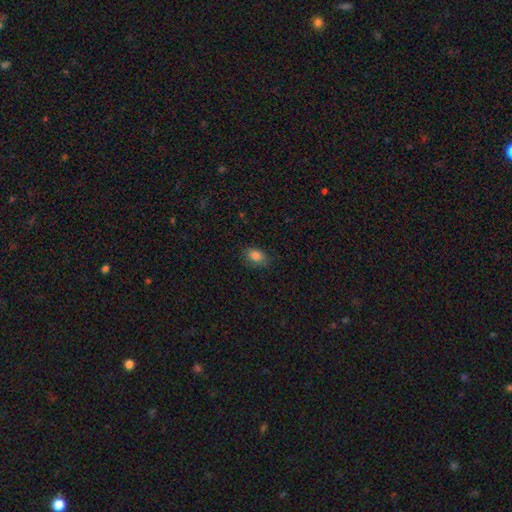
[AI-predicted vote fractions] Smooth or featured?
  - smooth: 84% *
  - star or artifact: 10%
  - featured or disk: 6%
How rounded?
  - in between: 79% *
  - round: 20%
  - cigar-shaped: 1%
Merging?
  - none: 78% *
  - minor disturbance: 16%
  - major disturbance: 4%
  - merger: 1%